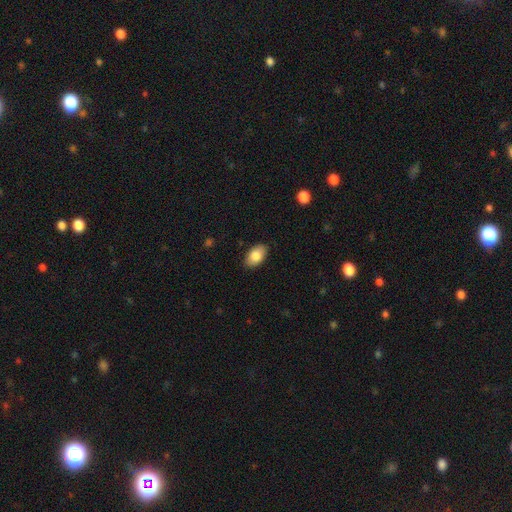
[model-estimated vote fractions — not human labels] smooth_or_featured: smooth (p=0.83) [alt: featured or disk p=0.11]
how_rounded: in between (p=0.93) [alt: round p=0.06]
merging: none (p=0.86) [alt: minor disturbance p=0.11]